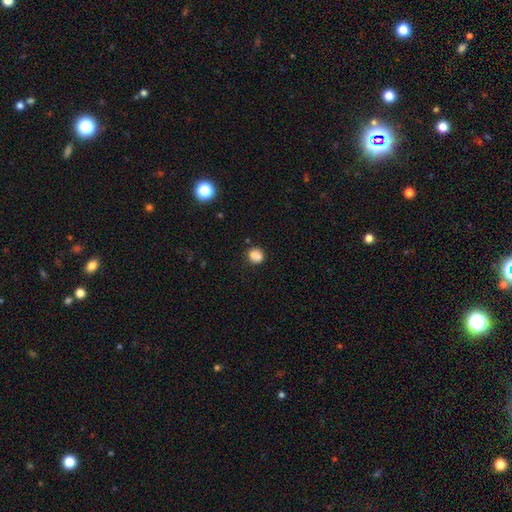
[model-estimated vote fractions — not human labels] This appears to be a smooth galaxy with no disk features (81%) that is round (85%). Merging: none (64%).